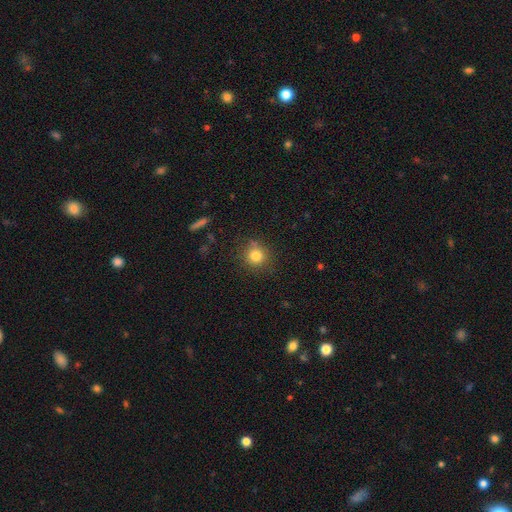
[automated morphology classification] This is clearly a smooth galaxy (81%). How rounded: clearly round (89%). Merging: likely none (79%).